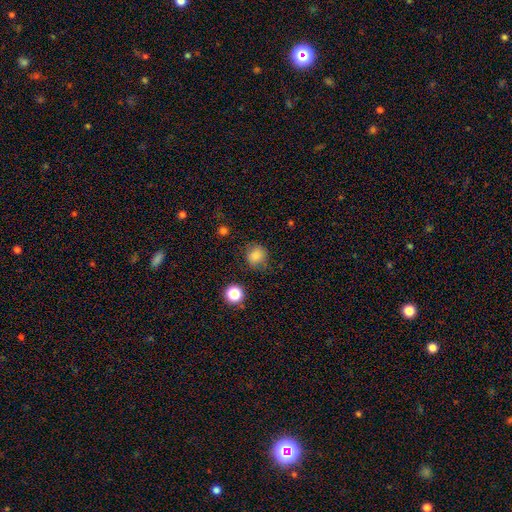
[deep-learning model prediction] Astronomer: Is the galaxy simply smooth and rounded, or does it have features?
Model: smooth — 82%.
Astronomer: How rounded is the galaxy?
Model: round — 86%.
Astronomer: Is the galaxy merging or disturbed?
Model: none — 77%.